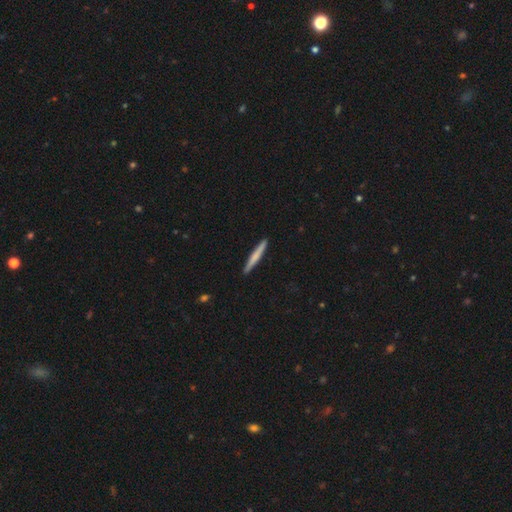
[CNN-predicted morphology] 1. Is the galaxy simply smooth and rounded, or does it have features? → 62% smooth, 33% featured or disk, 5% star or artifact.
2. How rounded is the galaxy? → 96% cigar-shaped, 2% in between, 1% round.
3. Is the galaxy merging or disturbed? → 92% none, 6% minor disturbance, 1% major disturbance, 1% merger.